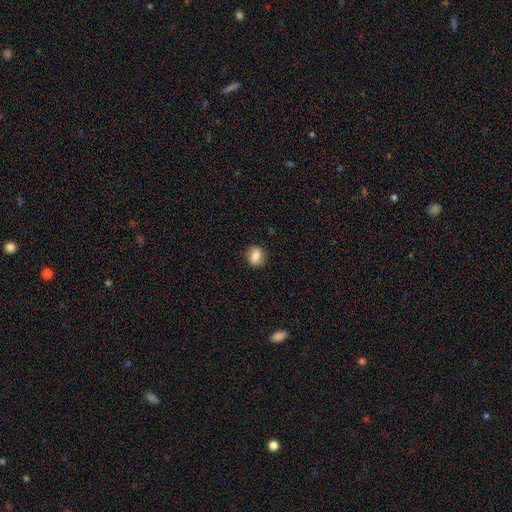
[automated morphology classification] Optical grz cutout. It shows a smooth galaxy with no disk features (82%) that is round (61%). Merging: none (85%).